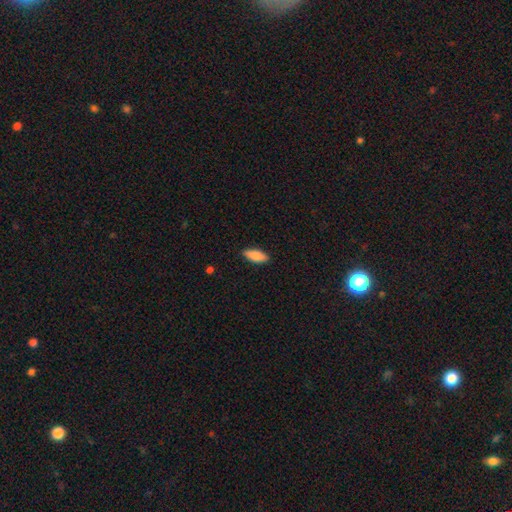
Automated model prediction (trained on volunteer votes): The model was most divided on "how rounded": in between: 77%, cigar-shaped: 21%, round: 2%. More confident: merging — none (88%); smooth or featured — smooth (85%).